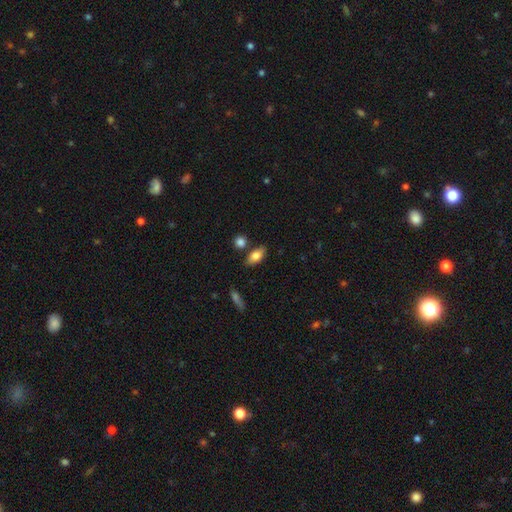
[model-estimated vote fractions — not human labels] smooth 79%, featured or disk 13%, star or artifact 8%. Down the decision tree: how rounded — in between (85%); merging — none (76%).